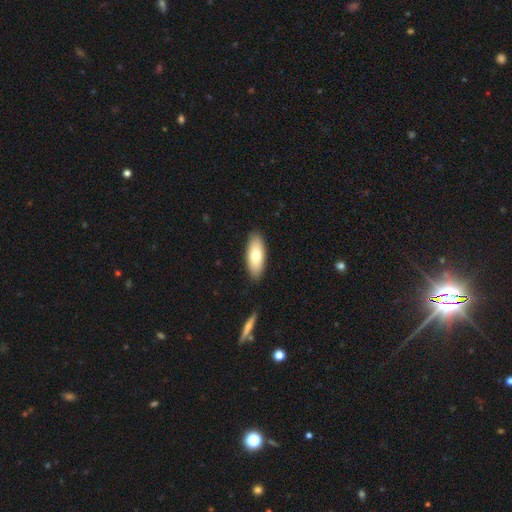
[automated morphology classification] Q: Smooth or featured?
A: smooth (74%); runner-up: featured or disk (20%)
Q: How rounded?
A: in between (78%); runner-up: cigar-shaped (20%)
Q: Merging?
A: none (88%); runner-up: minor disturbance (9%)